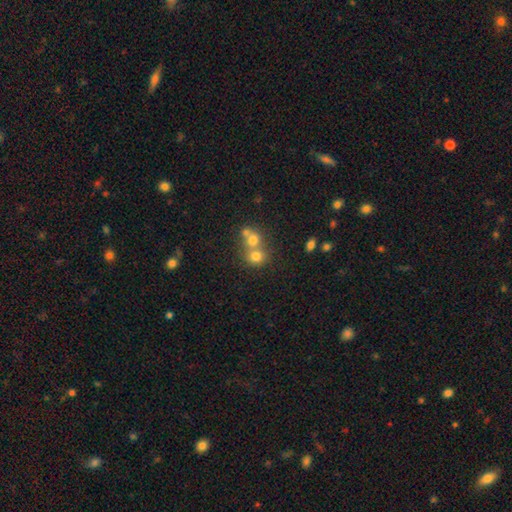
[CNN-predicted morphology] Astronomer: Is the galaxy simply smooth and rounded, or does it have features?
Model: smooth — 69%.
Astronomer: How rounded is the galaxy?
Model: round — 80%.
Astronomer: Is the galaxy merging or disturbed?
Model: merger — 56% (runner-up: none, 36%).